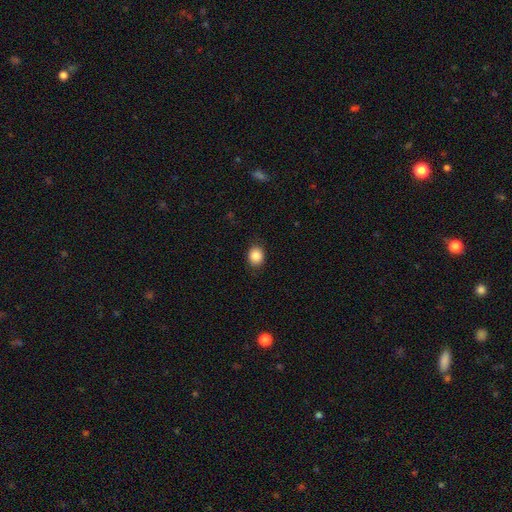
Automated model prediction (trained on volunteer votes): A smooth galaxy with no disk features (87%) that is round (61%).

Vote fractions:
- Smooth or featured? smooth: 87% / star or artifact: 9% / featured or disk: 4%
- How rounded? round: 61% / in between: 38% / cigar-shaped: 1%
- Merging? none: 86% / minor disturbance: 10% / major disturbance: 3% / merger: 1%